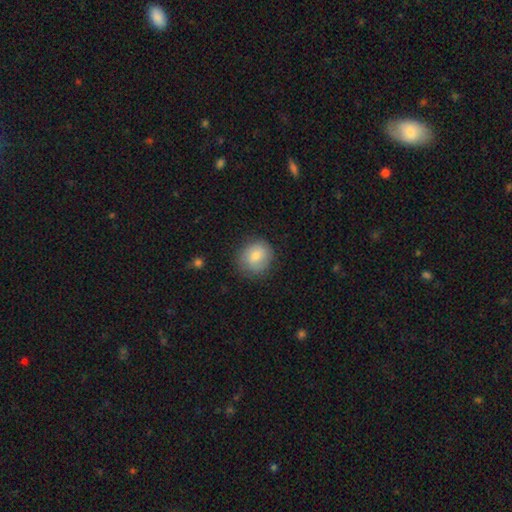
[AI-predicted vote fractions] Smooth or featured: smooth — 80% (featured or disk — 12%)
How rounded: round — 80% (in between — 19%)
Merging: none — 79% (minor disturbance — 16%)